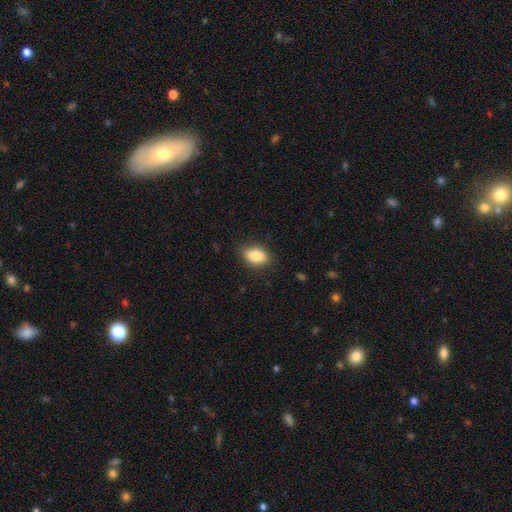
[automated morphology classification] Q: Smooth or featured?
A: smooth (85%); runner-up: star or artifact (8%)
Q: How rounded?
A: in between (84%); runner-up: round (13%)
Q: Merging?
A: none (84%); runner-up: minor disturbance (12%)